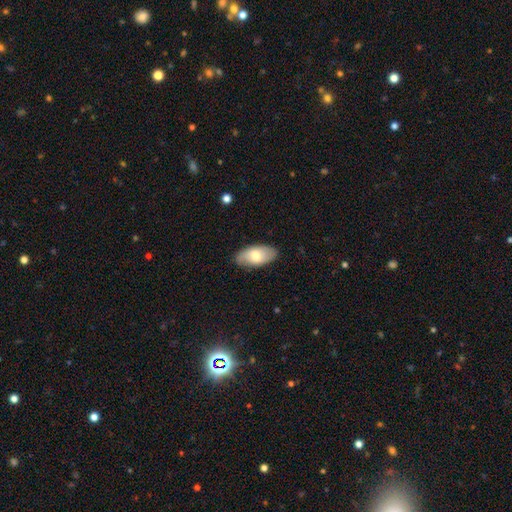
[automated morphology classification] smooth_or_featured: smooth (p=0.70) [alt: featured or disk p=0.25]
how_rounded: in between (p=0.94) [alt: cigar-shaped p=0.03]
merging: none (p=0.86) [alt: minor disturbance p=0.11]